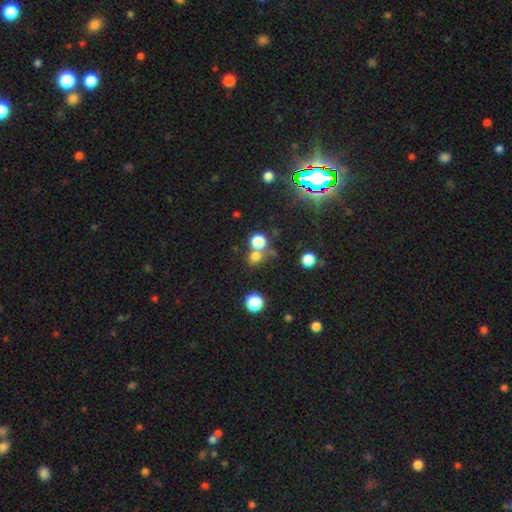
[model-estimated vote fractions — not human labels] smooth_or_featured: smooth (p=0.71) [alt: star or artifact p=0.21]
how_rounded: round (p=0.84) [alt: in between p=0.15]
merging: none (p=0.57) [alt: merger p=0.31]